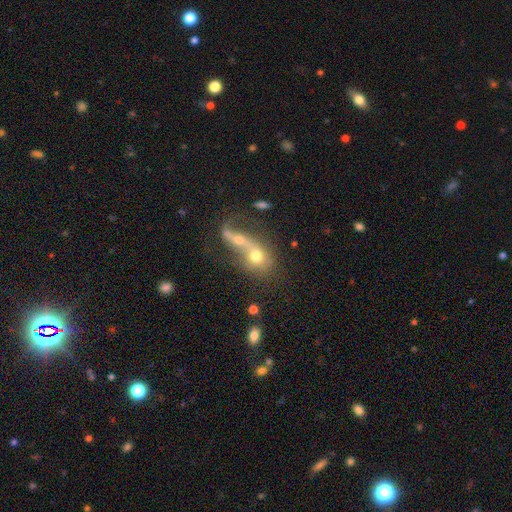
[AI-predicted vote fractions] Smooth or featured? Predicted: smooth (p=0.51). How rounded? Predicted: round (p=0.52). Merging? Predicted: merger (p=0.62).